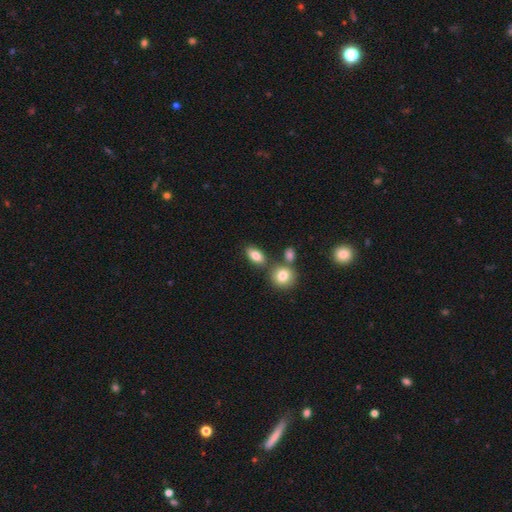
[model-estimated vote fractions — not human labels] This appears to be a smooth galaxy with no disk features (81%) that is in between round and cigar-shaped (85%). Merging: none (71%).